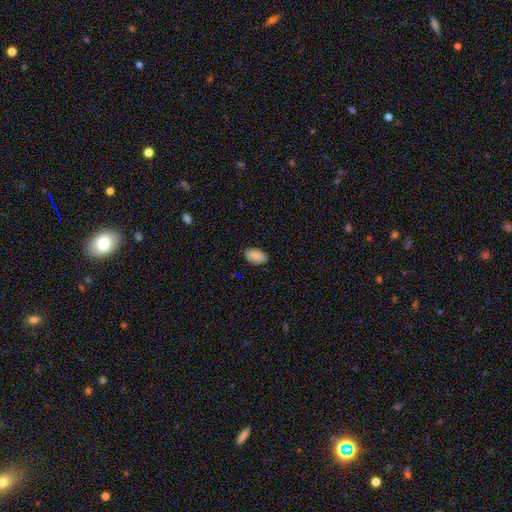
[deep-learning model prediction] Morphology: type=smooth (88%); roundness=in between (93%); merging=none (85%).